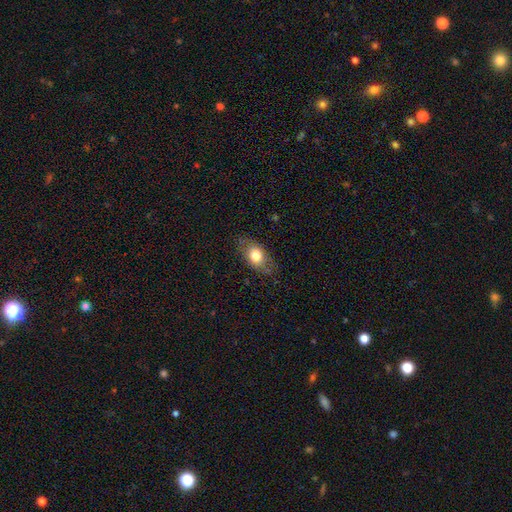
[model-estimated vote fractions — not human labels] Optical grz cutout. It shows a smooth galaxy with no disk features (75%) that is in between round and cigar-shaped (77%). Merging: none (72%).